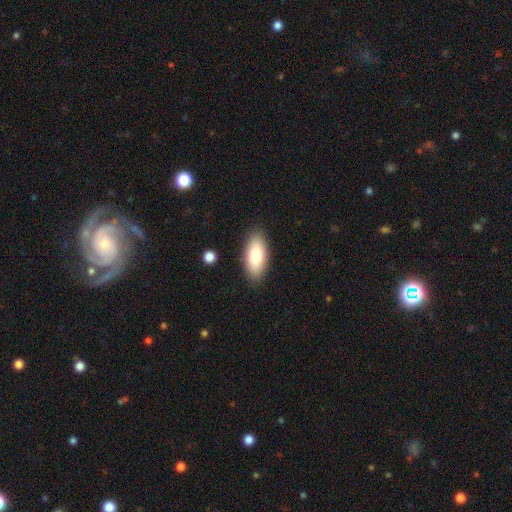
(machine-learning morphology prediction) Smooth or featured?
  - smooth: 79% *
  - featured or disk: 15%
  - star or artifact: 6%
How rounded?
  - in between: 86% *
  - cigar-shaped: 11%
  - round: 2%
Merging?
  - none: 88% *
  - minor disturbance: 9%
  - major disturbance: 2%
  - merger: 1%